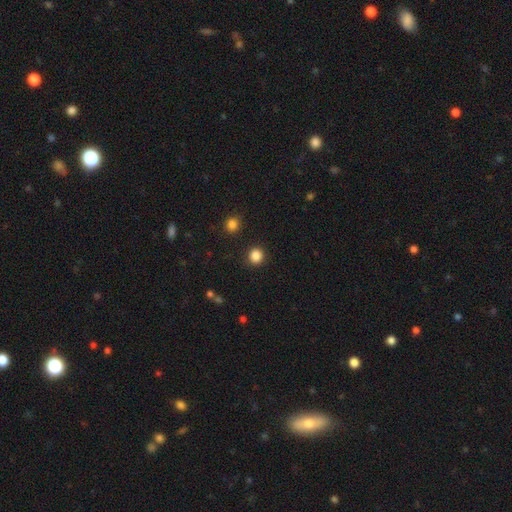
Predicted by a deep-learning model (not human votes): smooth_or_featured: smooth (p=0.86) [alt: star or artifact p=0.11]
how_rounded: round (p=0.90) [alt: in between p=0.09]
merging: none (p=0.91) [alt: minor disturbance p=0.05]